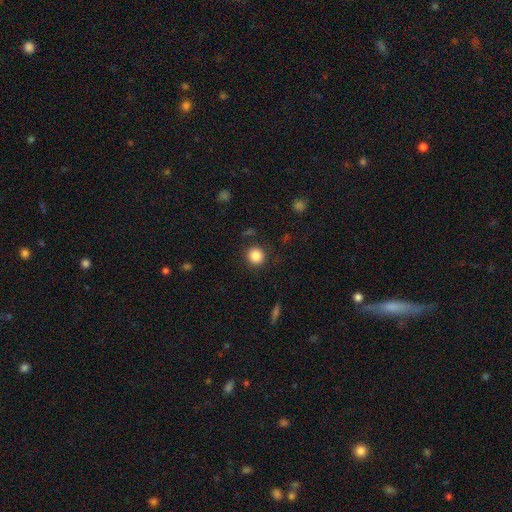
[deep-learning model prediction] Overall: smooth (86%). How rounded: round (92%). Merging: none (89%).